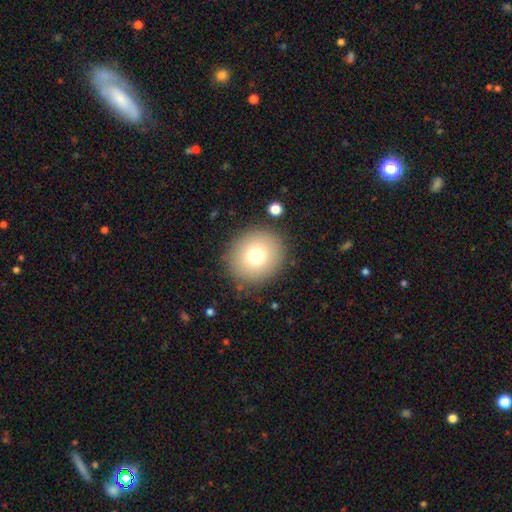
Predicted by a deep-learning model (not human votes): A smooth galaxy with no disk features (74%) that is round (87%).

Vote fractions:
- Smooth or featured? smooth: 74% / featured or disk: 13% / star or artifact: 12%
- How rounded? round: 87% / in between: 12% / cigar-shaped: 1%
- Merging? none: 88% / minor disturbance: 7% / major disturbance: 3% / merger: 2%